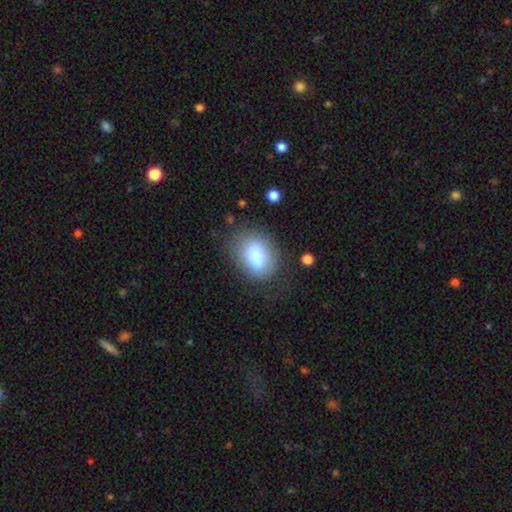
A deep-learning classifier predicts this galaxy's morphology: Q: Smooth or featured?
A: smooth (83%); runner-up: featured or disk (9%)
Q: How rounded?
A: in between (78%); runner-up: round (21%)
Q: Merging?
A: none (66%); runner-up: minor disturbance (20%)